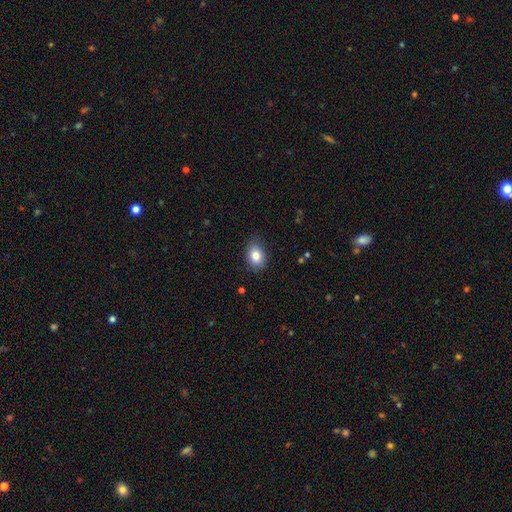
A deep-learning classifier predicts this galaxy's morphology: Smooth or featured? Predicted: smooth (p=0.83). How rounded? Predicted: in between (p=0.72). Merging? Predicted: none (p=0.78).